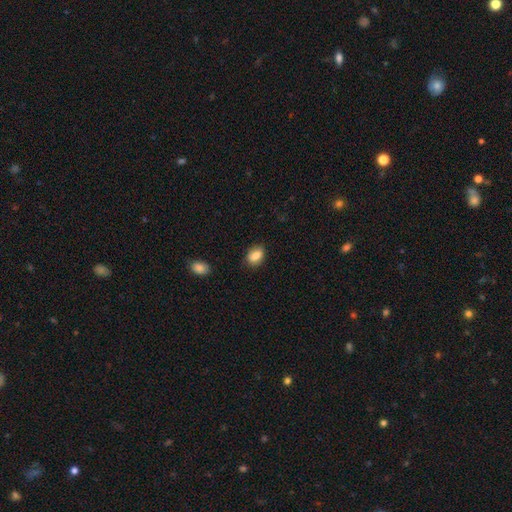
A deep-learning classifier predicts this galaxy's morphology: A smooth galaxy with no disk features (83%) that is in between round and cigar-shaped (78%). Merging: none (83%).